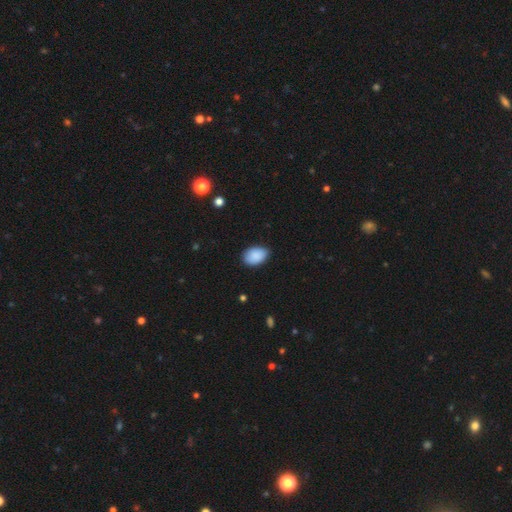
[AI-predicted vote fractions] Smooth or featured?
  - smooth: 89% *
  - star or artifact: 7%
  - featured or disk: 4%
How rounded?
  - in between: 86% *
  - round: 13%
  - cigar-shaped: 1%
Merging?
  - none: 79% *
  - minor disturbance: 17%
  - major disturbance: 3%
  - merger: 1%